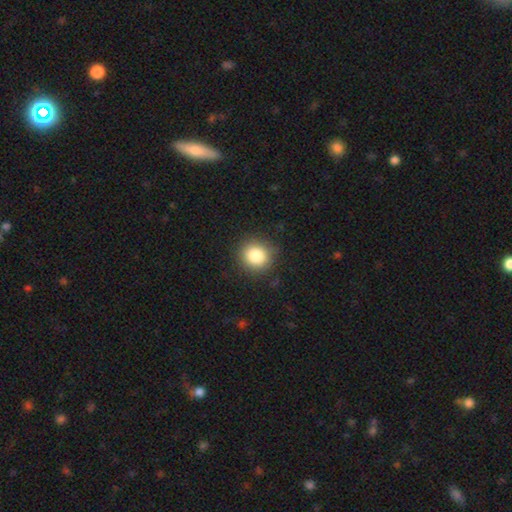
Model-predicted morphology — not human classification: smooth_or_featured: smooth (p=0.84) [alt: star or artifact p=0.10]
how_rounded: round (p=0.90) [alt: in between p=0.09]
merging: none (p=0.87) [alt: minor disturbance p=0.09]